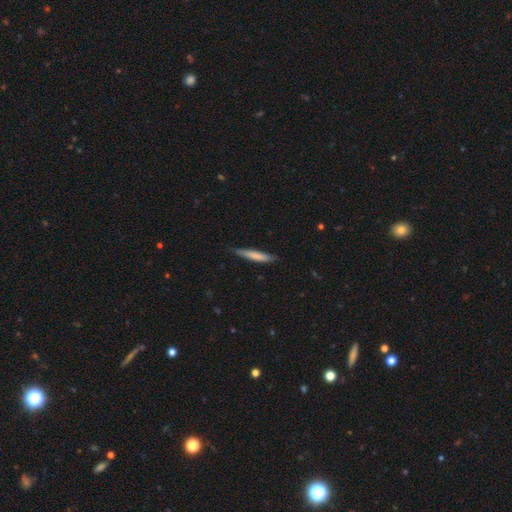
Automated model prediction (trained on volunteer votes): The model was most divided on "smooth or featured": smooth: 73%, featured or disk: 21%, star or artifact: 5%. More confident: how rounded — cigar-shaped (92%); merging — none (78%).